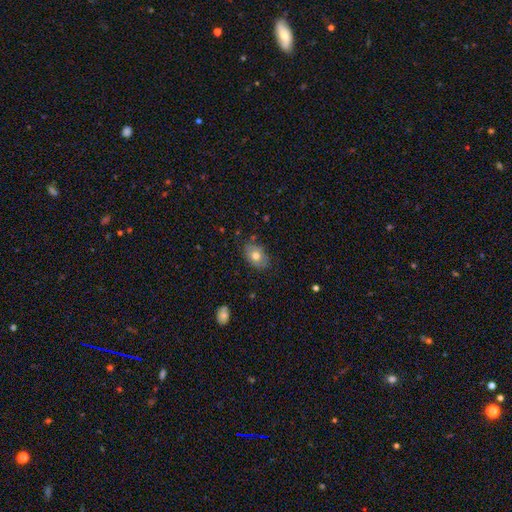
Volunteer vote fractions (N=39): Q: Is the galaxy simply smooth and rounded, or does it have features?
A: smooth — 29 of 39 (74%).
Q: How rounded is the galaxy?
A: in between — 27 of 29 (93%).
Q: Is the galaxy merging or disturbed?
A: none — 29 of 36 (81%).